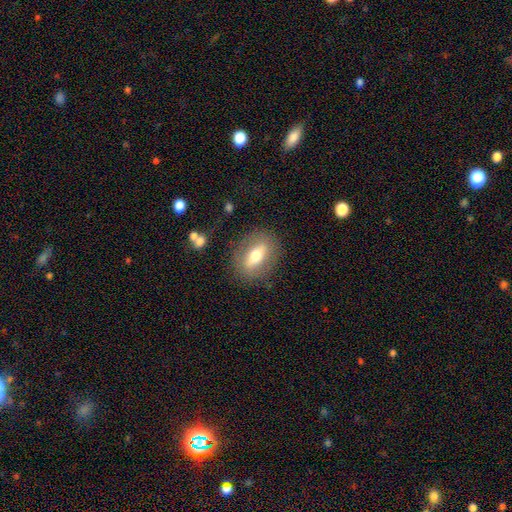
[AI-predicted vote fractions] A smooth galaxy with no disk features (48%).

Vote fractions:
- Smooth or featured? smooth: 48% / featured or disk: 44% / star or artifact: 8%
- Merging? none: 83% / minor disturbance: 11% / major disturbance: 5% / merger: 2%